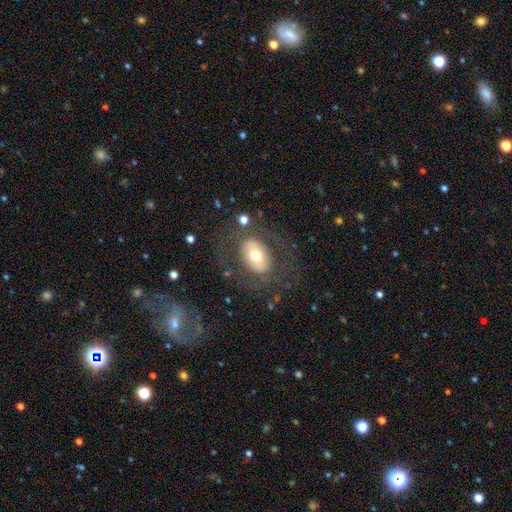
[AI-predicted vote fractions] Smooth or featured? smooth (50%)
Merging? none (70%)